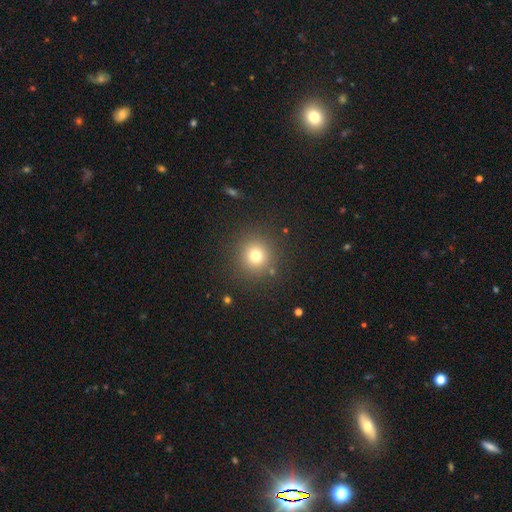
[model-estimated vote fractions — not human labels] This appears to be a smooth galaxy with no disk features (74%) that is round (94%). Merging: none (88%).